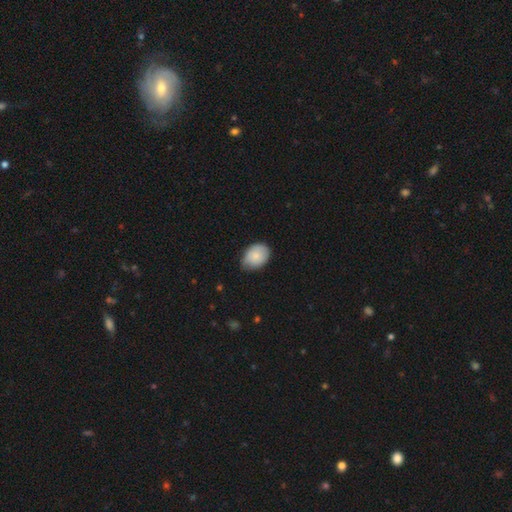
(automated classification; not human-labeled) Smooth or featured? Predicted: smooth (p=0.82). How rounded? Predicted: in between (p=0.71). Merging? Predicted: none (p=0.59).